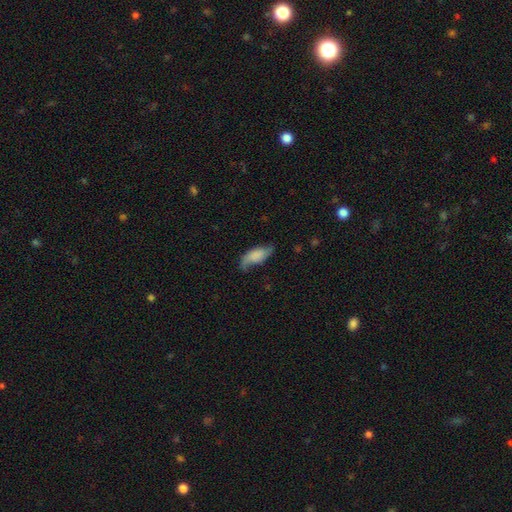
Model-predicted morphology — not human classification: Smooth or featured? smooth (59%)
How rounded? in between (85%)
Merging? none (53%)